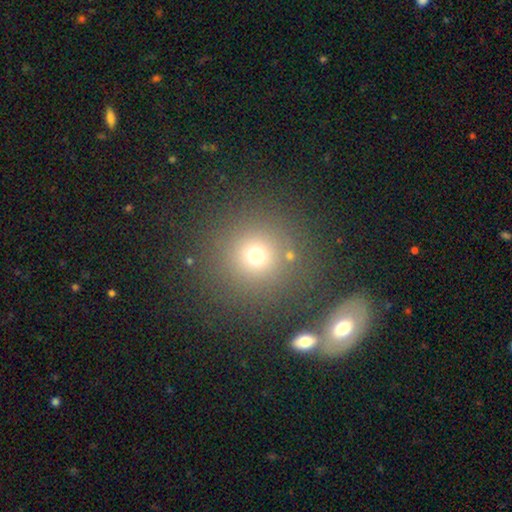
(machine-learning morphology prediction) smooth_or_featured: smooth (p=0.69) [alt: star or artifact p=0.22]
how_rounded: round (p=0.94) [alt: in between p=0.05]
merging: none (p=0.82) [alt: minor disturbance p=0.08]